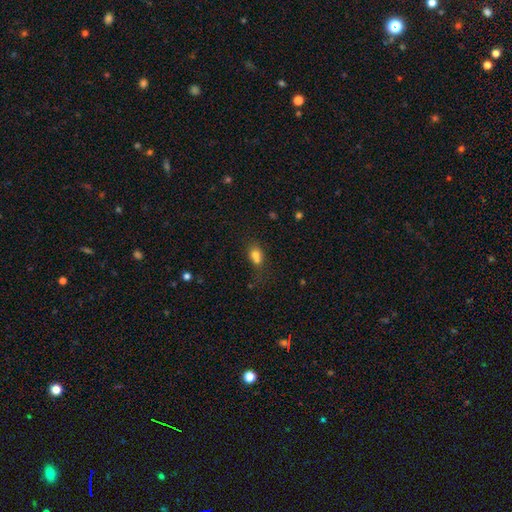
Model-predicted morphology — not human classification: Smooth or featured? smooth (73%)
How rounded? in between (56%)
Merging? merger (48%)